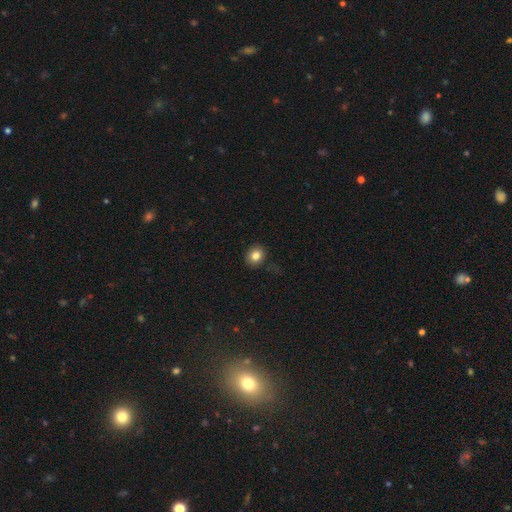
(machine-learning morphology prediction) Smooth or featured: smooth — 81% (star or artifact — 11%)
How rounded: round — 75% (in between — 24%)
Merging: none — 88% (minor disturbance — 8%)